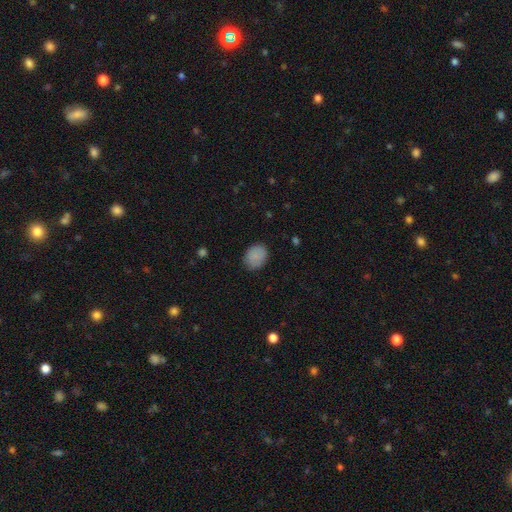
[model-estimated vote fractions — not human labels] This appears to be a smooth galaxy with no disk features (86%) that is in between round and cigar-shaped (51%). Merging: none (84%).